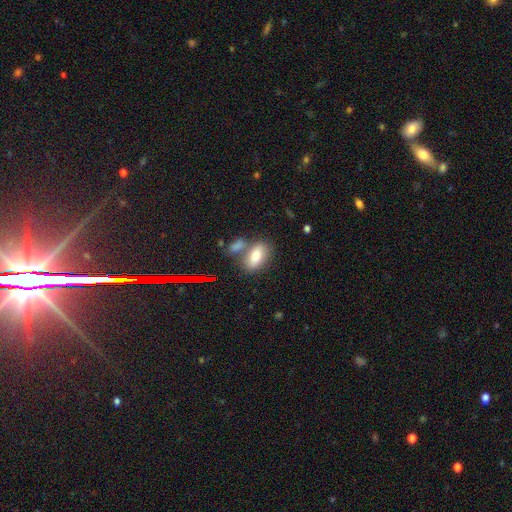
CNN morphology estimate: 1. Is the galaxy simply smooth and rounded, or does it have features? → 75% smooth, 16% featured or disk, 10% star or artifact.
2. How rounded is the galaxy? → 87% in between, 6% round, 6% cigar-shaped.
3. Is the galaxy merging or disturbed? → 58% none, 24% merger, 13% minor disturbance, 5% major disturbance.